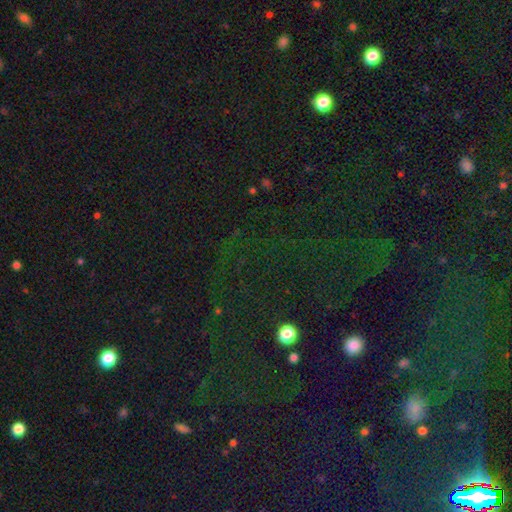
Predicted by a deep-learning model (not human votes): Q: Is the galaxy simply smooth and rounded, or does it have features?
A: star or artifact — 75%.